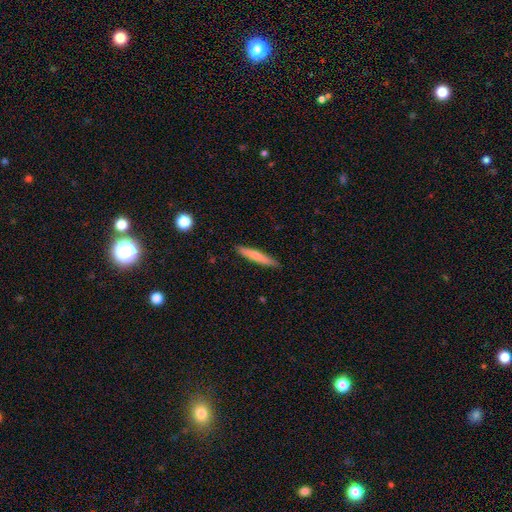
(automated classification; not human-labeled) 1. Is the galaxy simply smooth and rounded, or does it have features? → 71% smooth, 23% featured or disk, 5% star or artifact.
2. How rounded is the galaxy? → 94% cigar-shaped, 5% in between, 1% round.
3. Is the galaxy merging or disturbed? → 88% none, 9% minor disturbance, 2% major disturbance, 1% merger.